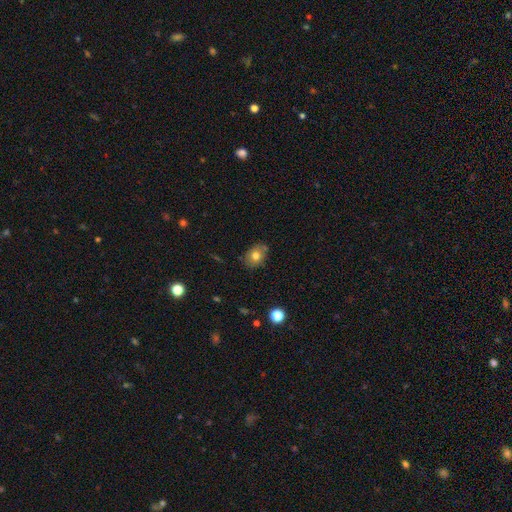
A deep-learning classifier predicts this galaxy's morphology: Overall: smooth (73%). How rounded: in between (61%; round 38%). Merging: none (76%).